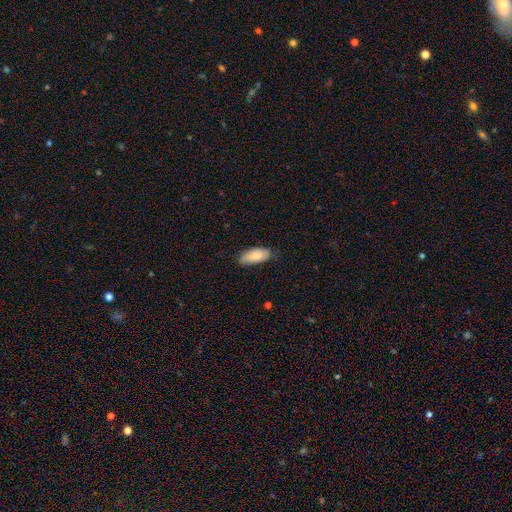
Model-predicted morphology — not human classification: Overall: smooth (82%). How rounded: in between (86%). Merging: none (75%).